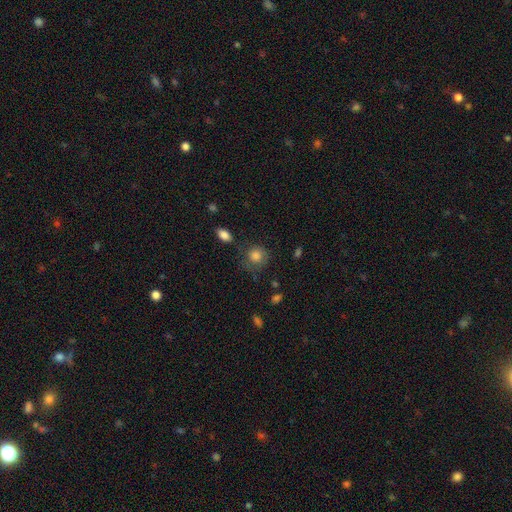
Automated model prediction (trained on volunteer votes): Smooth or featured?
  - smooth: 81% *
  - star or artifact: 10%
  - featured or disk: 9%
How rounded?
  - round: 82% *
  - in between: 17%
  - cigar-shaped: 1%
Merging?
  - none: 63% *
  - minor disturbance: 22%
  - major disturbance: 11%
  - merger: 4%